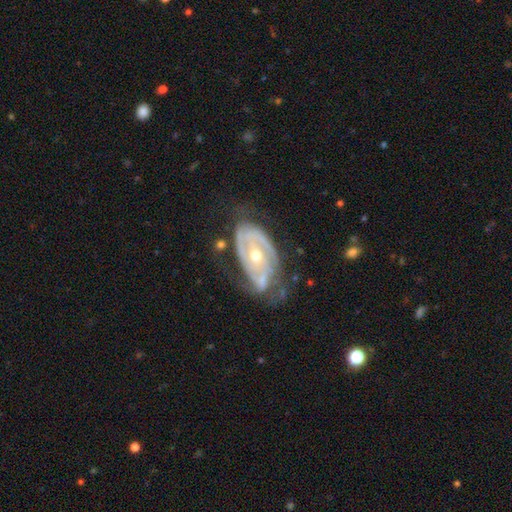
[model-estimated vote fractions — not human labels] This appears to be a featured or disk galaxy (86%) with no bar (61%), 2 (44%) tight (62%) spiral arms (89%) and a moderate central bulge (59%). Merging: none (50%).